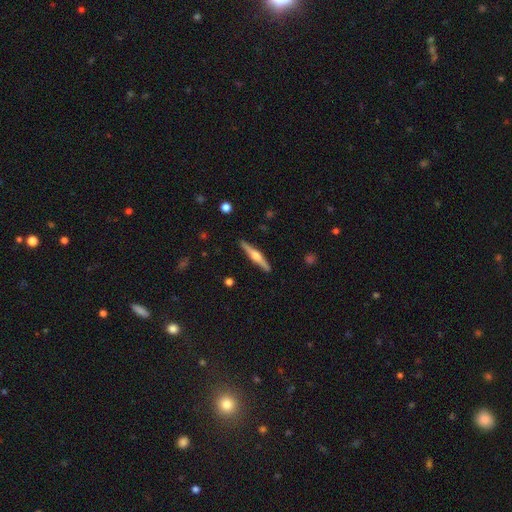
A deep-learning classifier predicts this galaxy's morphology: Smooth or featured: featured or disk — 71% (smooth — 24%)
Edge-on disk: yes — 98% (no — 2%)
Edge-on bulge: rounded — 91% (boxy — 5%)
Merging: none — 91% (minor disturbance — 6%)